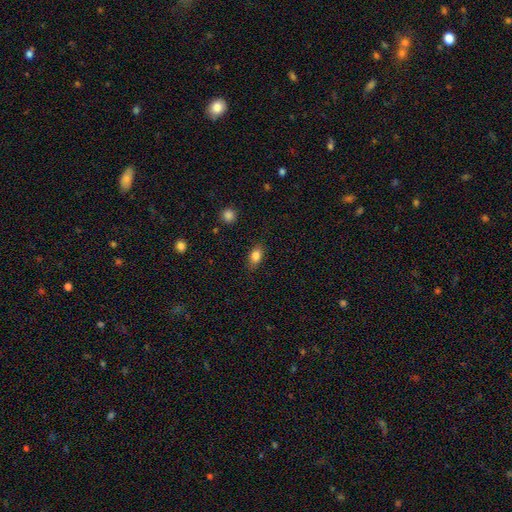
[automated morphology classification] A smooth galaxy with no disk features (82%) that is in between round and cigar-shaped (82%).

Vote fractions:
- Smooth or featured? smooth: 82% / featured or disk: 9% / star or artifact: 9%
- How rounded? in between: 82% / round: 13% / cigar-shaped: 5%
- Merging? none: 84% / minor disturbance: 12% / major disturbance: 3% / merger: 1%